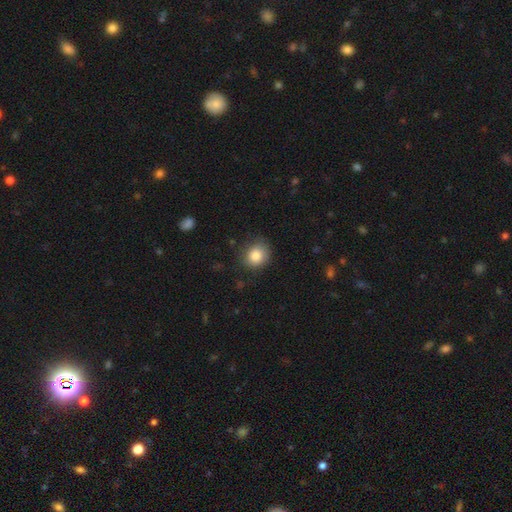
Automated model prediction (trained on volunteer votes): The model was most divided on "how rounded": round: 77%, in between: 22%, cigar-shaped: 1%. More confident: smooth or featured — smooth (85%); merging — none (76%).